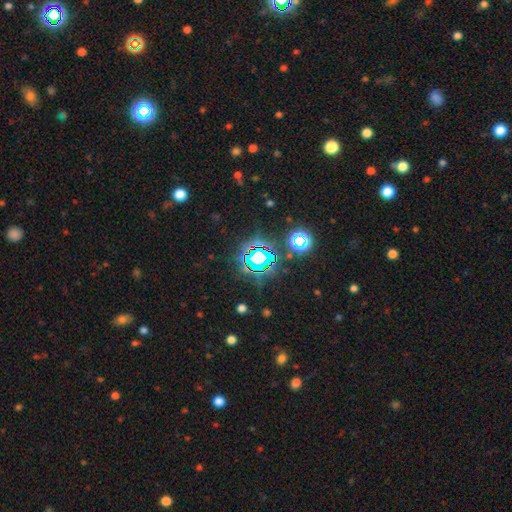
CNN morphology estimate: Smooth or featured? Predicted: star or artifact (p=0.73).